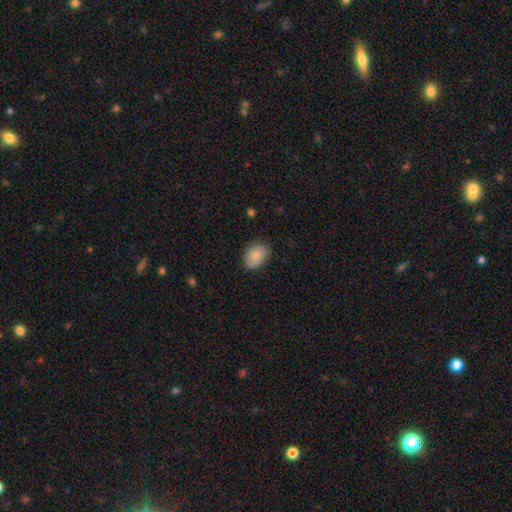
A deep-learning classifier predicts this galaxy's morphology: Smooth or featured? Predicted: smooth (p=0.85). How rounded? Predicted: in between (p=0.82). Merging? Predicted: none (p=0.79).